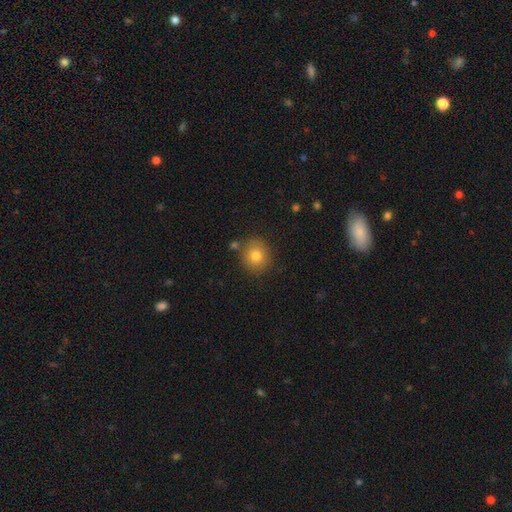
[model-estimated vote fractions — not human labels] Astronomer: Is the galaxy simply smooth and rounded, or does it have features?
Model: smooth — 80%.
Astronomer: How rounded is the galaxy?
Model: round — 87%.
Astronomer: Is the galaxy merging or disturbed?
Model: none — 81%.